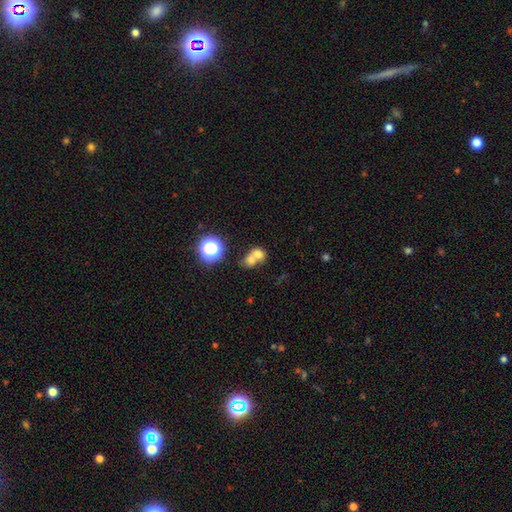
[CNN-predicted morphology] Smooth or featured: smooth — 68% (featured or disk — 17%)
How rounded: round — 61% (in between — 38%)
Merging: merger — 67% (none — 23%)